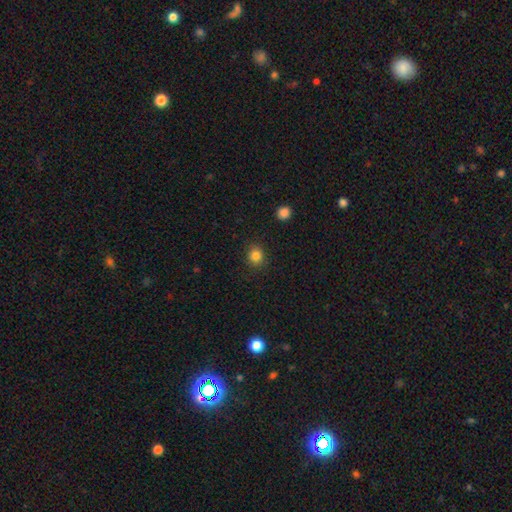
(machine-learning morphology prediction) The model was most divided on "smooth or featured": smooth: 84%, star or artifact: 12%, featured or disk: 5%. More confident: merging — none (89%); how rounded — round (87%).